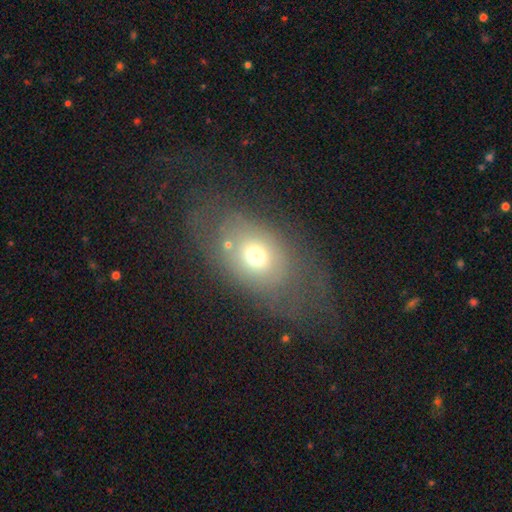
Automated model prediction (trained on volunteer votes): Overall: smooth (59%; featured or disk 28%). How rounded: in between (74%). Merging: none (50%; major disturbance 26%).